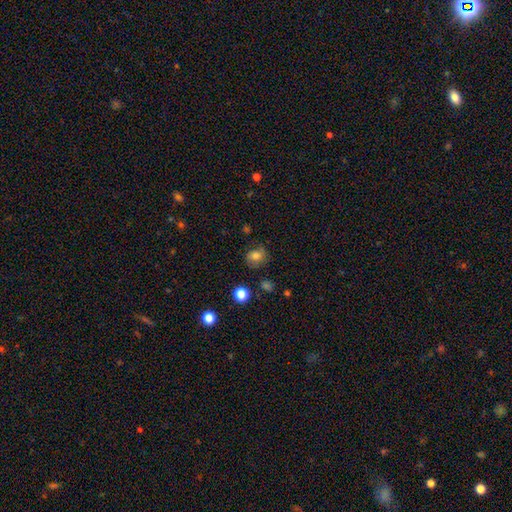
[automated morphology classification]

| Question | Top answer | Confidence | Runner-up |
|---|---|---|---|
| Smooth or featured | smooth | 75% | star or artifact (13%) |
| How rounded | round | 66% | in between (33%) |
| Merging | none | 77% | minor disturbance (17%) |